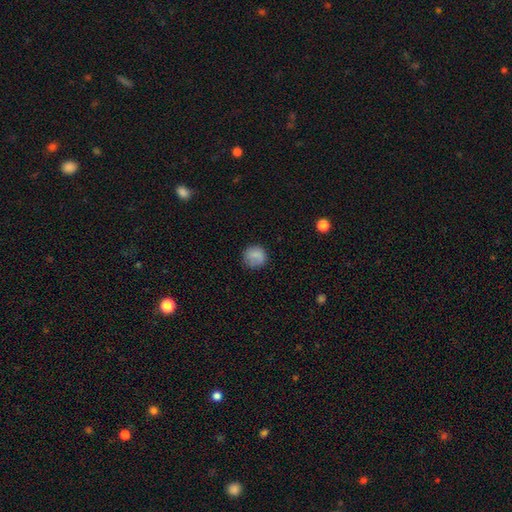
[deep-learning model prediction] Morphology: type=smooth (82%); roundness=round (90%); merging=none (77%).